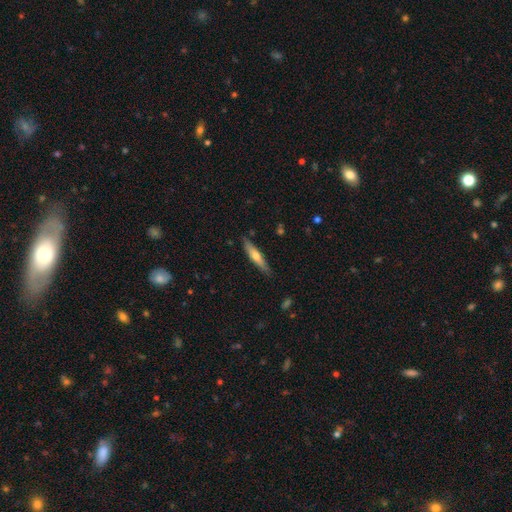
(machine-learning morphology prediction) Smooth or featured: smooth — 51% (featured or disk — 43%)
How rounded: cigar-shaped — 84% (in between — 15%)
Merging: none — 84% (minor disturbance — 12%)